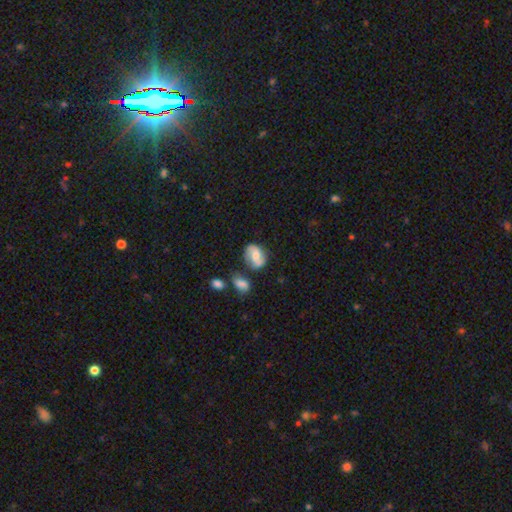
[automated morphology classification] This appears to be a featured or disk galaxy (55%) with no bar (47%), spiral arms (86%) and a moderate central bulge (58%). Merging: none (62%).